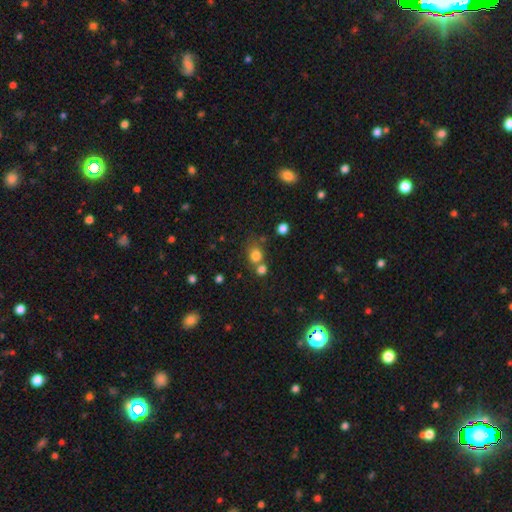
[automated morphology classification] A smooth galaxy with no disk features (78%) that is round (69%). Merging: none (52%).